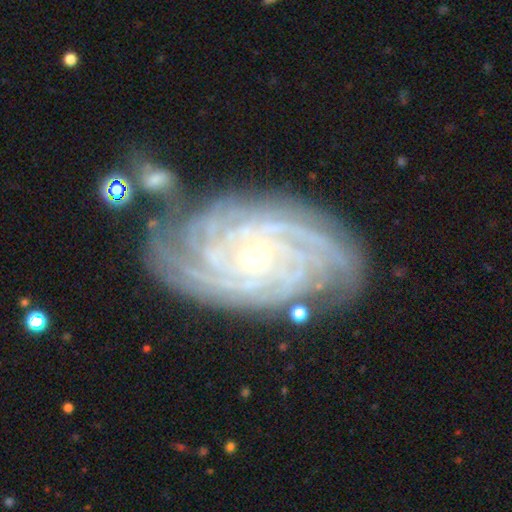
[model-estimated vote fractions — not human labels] Smooth or featured?
  - featured or disk: 92% *
  - star or artifact: 5%
  - smooth: 4%
Edge-on disk?
  - no: 97% *
  - yes: 3%
Bar?
  - no: 72% *
  - weak: 20%
  - strong: 9%
Spiral arms?
  - yes: 99% *
  - no: 1%
Spiral winding?
  - tight: 85% *
  - medium: 13%
  - loose: 2%
Spiral arm count?
  - more than 4: 33% *
  - 4: 28%
  - can't tell: 14%
  - 3: 11%
  - 2: 7%
  - 1: 7%
Bulge size?
  - small: 72% *
  - moderate: 25%
  - large: 1%
  - none: 1%
  - dominant: 1%
Merging?
  - none: 77% *
  - minor disturbance: 15%
  - major disturbance: 5%
  - merger: 3%